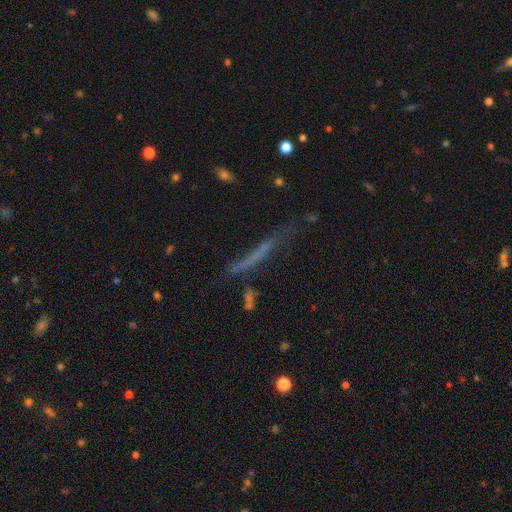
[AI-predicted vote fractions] smooth-or-featured: smooth: 47% | featured or disk: 38% | star or artifact: 14%
  merging: none: 57% | minor disturbance: 23% | major disturbance: 15% | merger: 5%